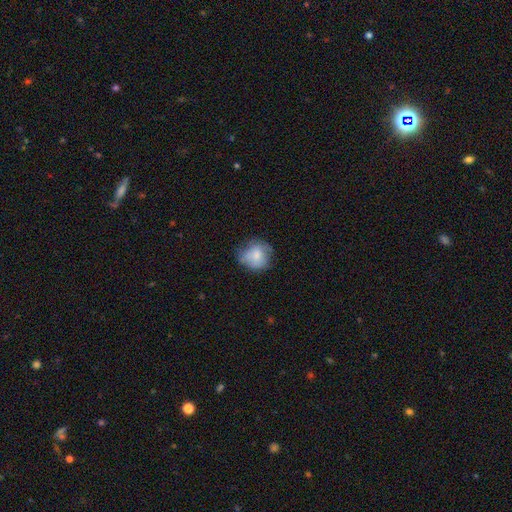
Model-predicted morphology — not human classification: type=smooth (74%); roundness=round (77%); merging=none (54%).